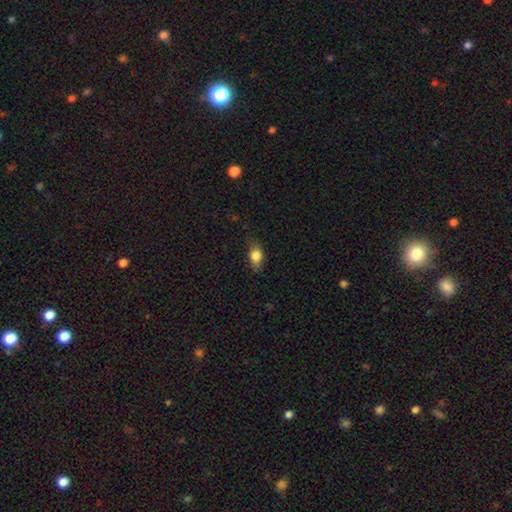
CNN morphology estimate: This appears to be a smooth galaxy with no disk features (83%) that is in between round and cigar-shaped (78%). Merging: none (74%).